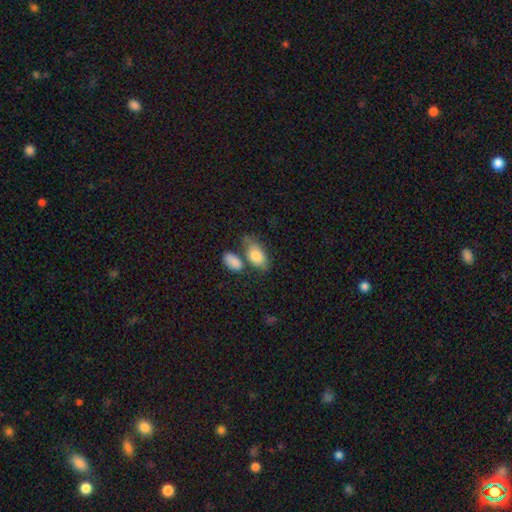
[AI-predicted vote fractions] A smooth galaxy with no disk features (82%) that is in between round and cigar-shaped (91%). Merging: none (47%).